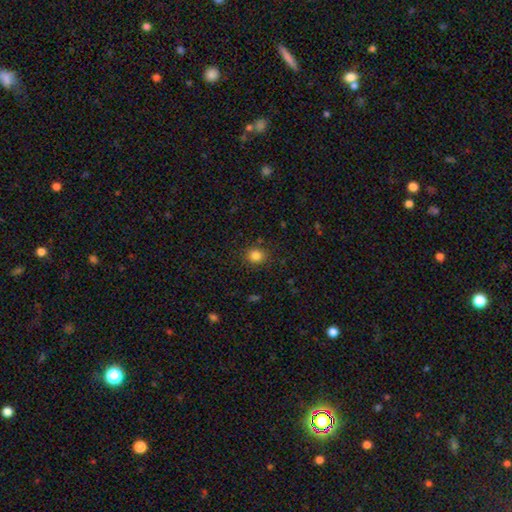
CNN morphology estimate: Smooth or featured?
  - smooth: 84% *
  - star or artifact: 12%
  - featured or disk: 5%
How rounded?
  - round: 79% *
  - in between: 20%
  - cigar-shaped: 1%
Merging?
  - none: 87% *
  - minor disturbance: 9%
  - major disturbance: 3%
  - merger: 2%